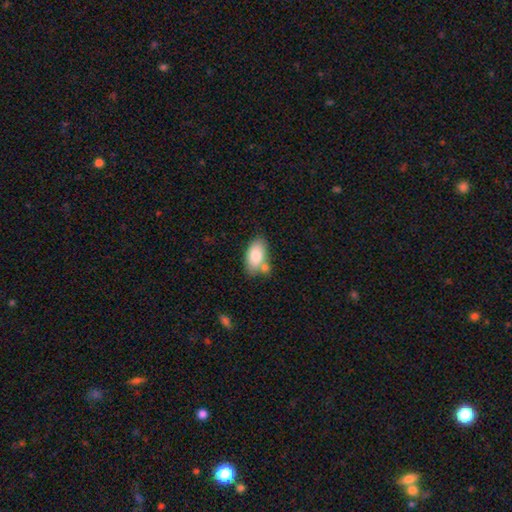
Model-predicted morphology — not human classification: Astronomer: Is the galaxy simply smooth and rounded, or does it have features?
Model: smooth — 81%.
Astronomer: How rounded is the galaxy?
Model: in between — 93%.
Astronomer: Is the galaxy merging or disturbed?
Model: none — 58%.